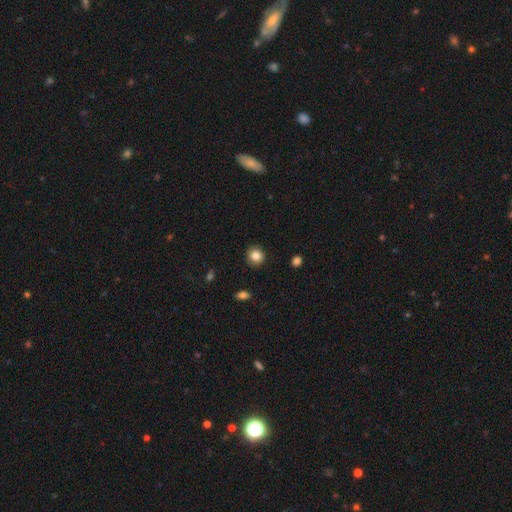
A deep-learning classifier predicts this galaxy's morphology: Smooth or featured?
  - smooth: 85% *
  - star or artifact: 10%
  - featured or disk: 6%
How rounded?
  - round: 84% *
  - in between: 16%
  - cigar-shaped: 1%
Merging?
  - none: 90% *
  - minor disturbance: 7%
  - major disturbance: 2%
  - merger: 1%